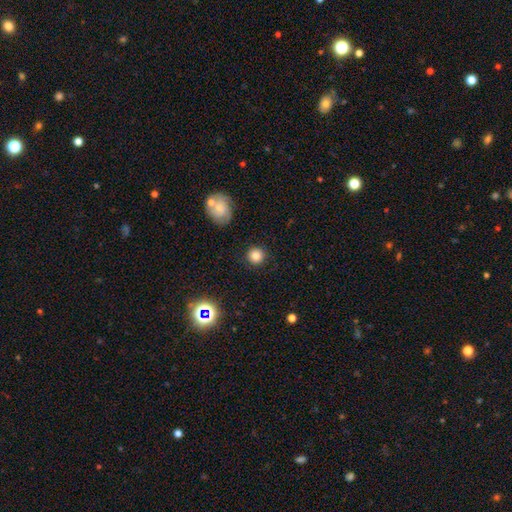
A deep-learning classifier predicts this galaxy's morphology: type=smooth (82%); roundness=round (93%); merging=none (89%).